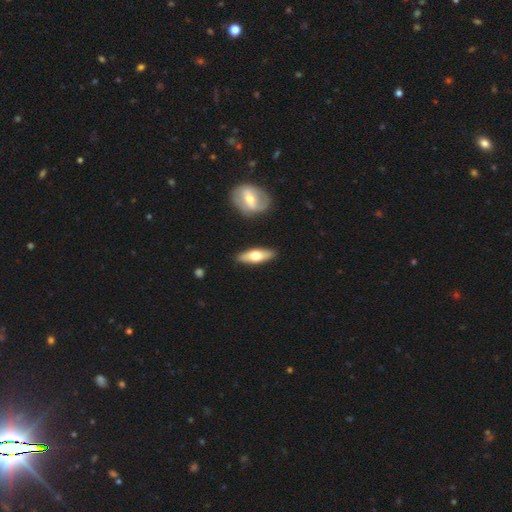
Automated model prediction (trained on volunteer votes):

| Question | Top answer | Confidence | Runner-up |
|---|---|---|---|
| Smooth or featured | smooth | 53% | featured or disk (42%) |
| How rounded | in between | 52% | cigar-shaped (45%) |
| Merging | none | 87% | minor disturbance (9%) |